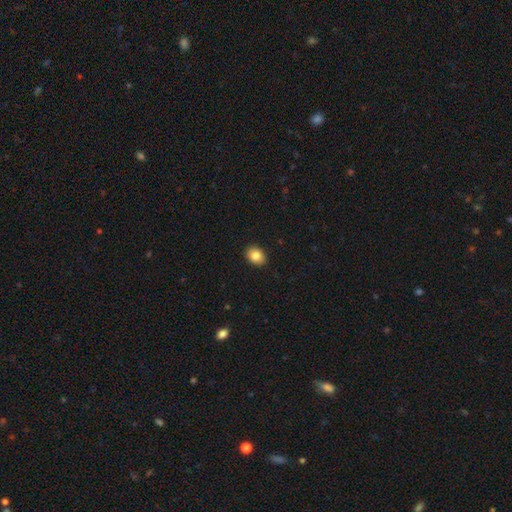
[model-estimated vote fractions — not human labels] smooth 84%, star or artifact 9%, featured or disk 7%. Down the decision tree: how rounded — in between (66%); merging — none (90%).